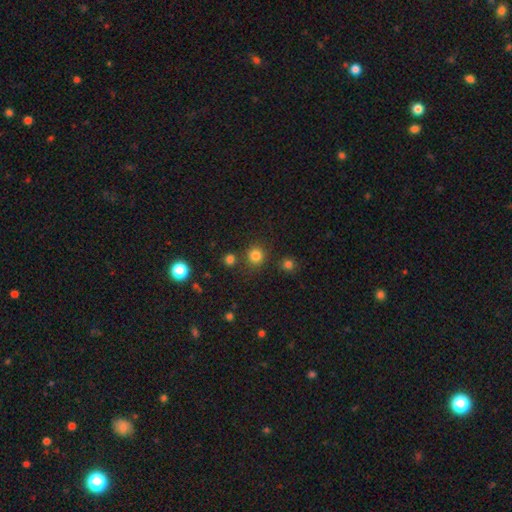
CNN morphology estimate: smooth 82%, star or artifact 14%, featured or disk 4%. Down the decision tree: how rounded — round (92%); merging — none (83%).